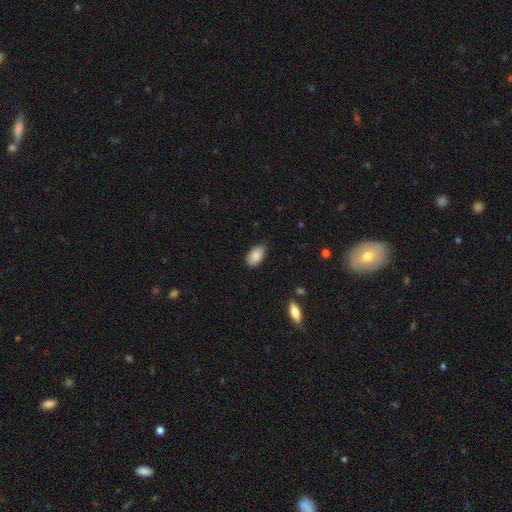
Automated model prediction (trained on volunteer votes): This appears to be a smooth galaxy with no disk features (88%) that is in between round and cigar-shaped (94%). Merging: none (81%).